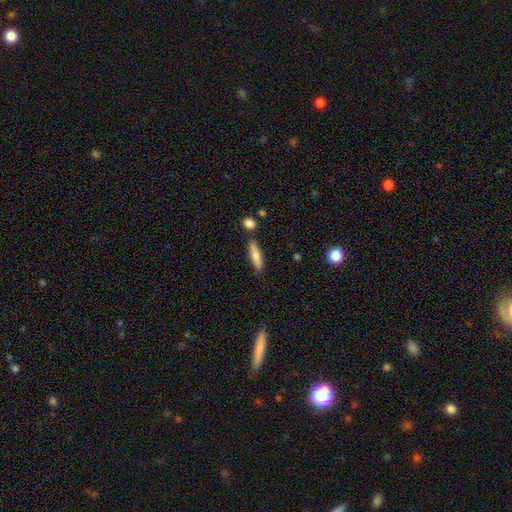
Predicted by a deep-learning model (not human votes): Morphology: type=smooth (68%); roundness=cigar-shaped (68%); merging=none (80%).